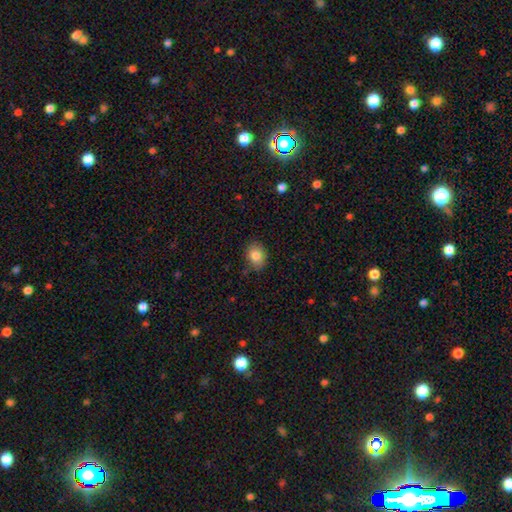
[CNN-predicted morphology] Overall: smooth (84%). How rounded: in between (56%; round 43%). Merging: none (80%).